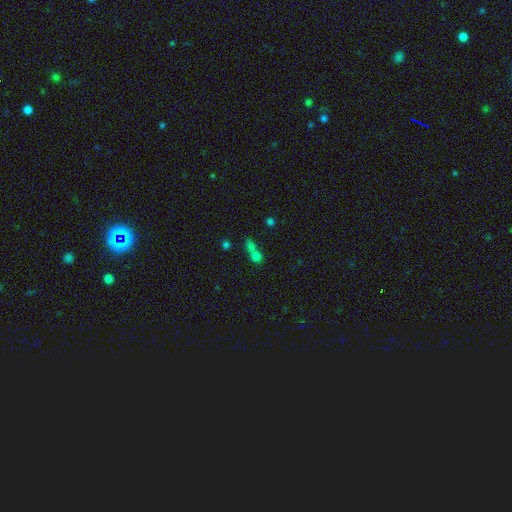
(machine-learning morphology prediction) smooth 66%, star or artifact 19%, featured or disk 14%. Down the decision tree: how rounded — round (64%); merging — merger (61%).